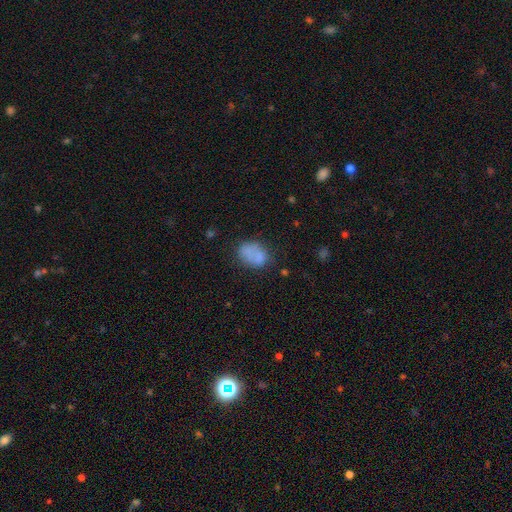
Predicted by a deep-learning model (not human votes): A smooth galaxy with no disk features (73%) that is in between round and cigar-shaped (67%). Merging: none (49%).